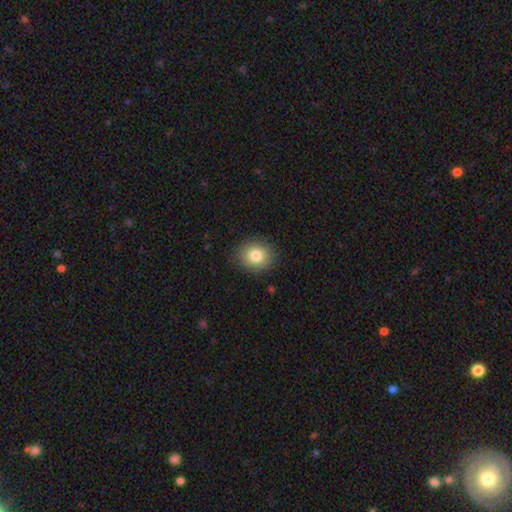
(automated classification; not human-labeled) Morphology: type=smooth (81%); roundness=round (72%); merging=none (88%).